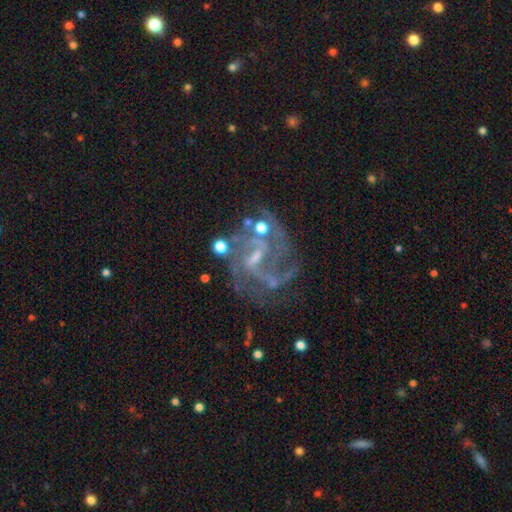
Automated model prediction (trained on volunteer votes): Smooth or featured?
  - featured or disk: 84% *
  - star or artifact: 10%
  - smooth: 6%
Edge-on disk?
  - no: 98% *
  - yes: 2%
Bar?
  - weak: 54% *
  - no: 24%
  - strong: 23%
Spiral arms?
  - yes: 90% *
  - no: 10%
Spiral winding?
  - medium: 48% *
  - tight: 30%
  - loose: 23%
Spiral arm count?
  - 2: 29% *
  - can't tell: 25%
  - 3: 24%
  - 4: 9%
  - 1: 6%
  - more than 4: 6%
Bulge size?
  - small: 53% *
  - none: 23%
  - moderate: 22%
  - large: 1%
  - dominant: 1%
Merging?
  - none: 54% *
  - major disturbance: 20%
  - minor disturbance: 18%
  - merger: 7%